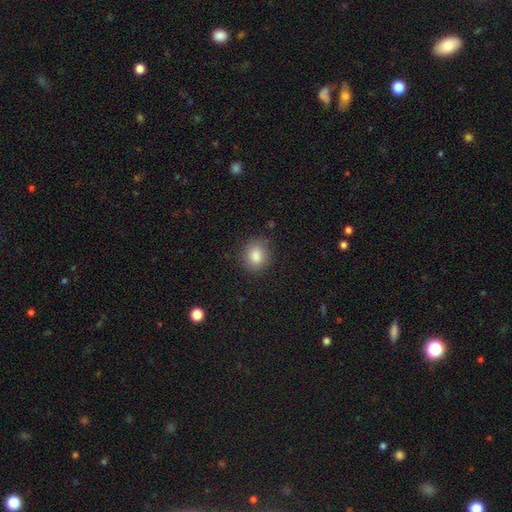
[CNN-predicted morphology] This is clearly a smooth galaxy (85%). How rounded: likely round (71%). Merging: clearly none (84%).